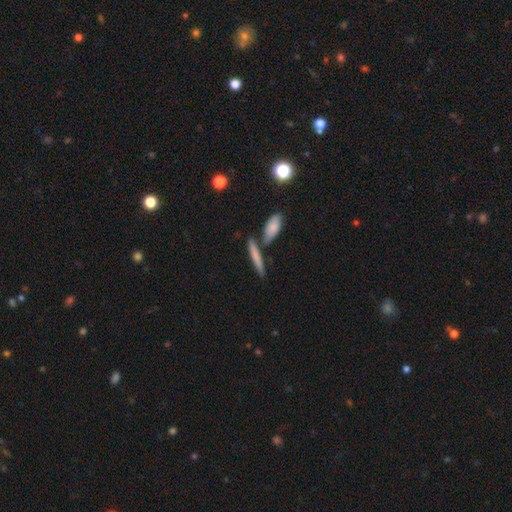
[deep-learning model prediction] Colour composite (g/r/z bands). It shows a smooth galaxy with no disk features (73%) that is cigar-shaped (85%). Merging: none (68%).